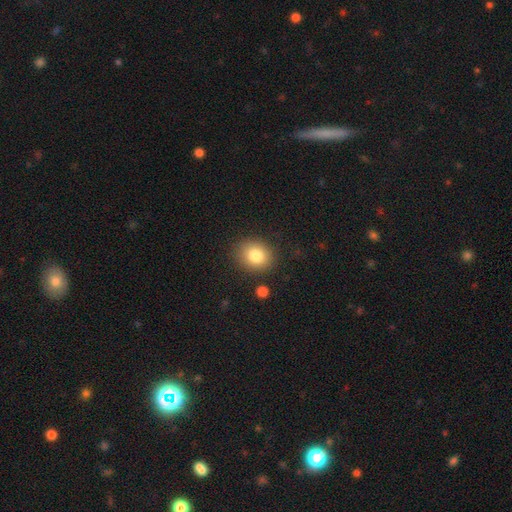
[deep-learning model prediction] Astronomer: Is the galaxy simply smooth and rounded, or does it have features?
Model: smooth — 82%.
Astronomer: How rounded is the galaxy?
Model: round — 67%.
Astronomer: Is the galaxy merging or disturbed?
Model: none — 86%.